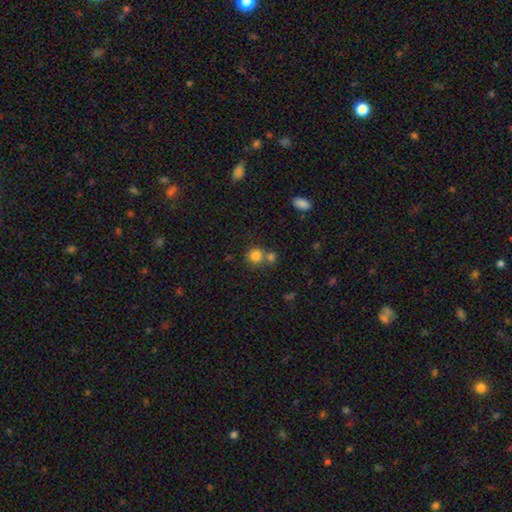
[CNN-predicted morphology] The model was most divided on "merging": none: 55%, merger: 33%, minor disturbance: 8%, major disturbance: 3%. More confident: how rounded — round (88%); smooth or featured — smooth (82%).